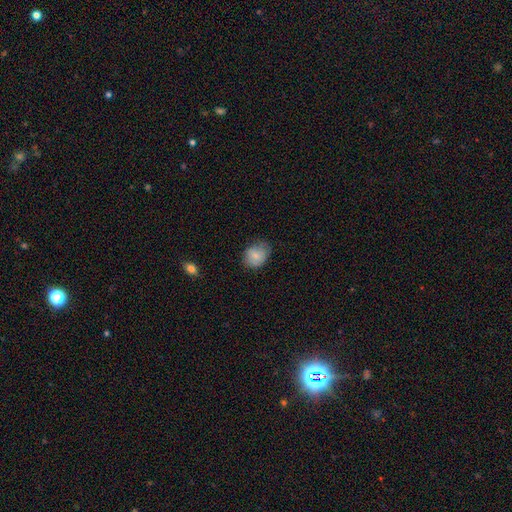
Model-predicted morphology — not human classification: Smooth or featured? Predicted: smooth (p=0.80). How rounded? Predicted: in between (p=0.54). Merging? Predicted: none (p=0.64).